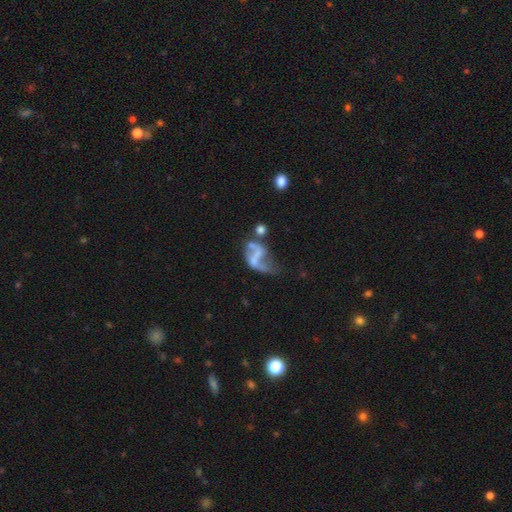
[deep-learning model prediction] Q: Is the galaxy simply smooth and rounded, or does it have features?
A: featured or disk — 61%.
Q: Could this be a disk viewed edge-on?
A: no — 97%.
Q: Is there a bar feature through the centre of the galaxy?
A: no — 59%.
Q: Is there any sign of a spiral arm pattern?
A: no — 53%.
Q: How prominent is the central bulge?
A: none — 65%.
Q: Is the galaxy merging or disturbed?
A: major disturbance — 39%.